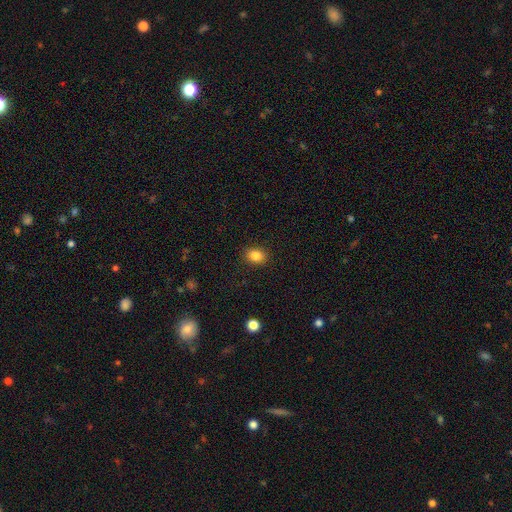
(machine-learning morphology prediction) This appears to be a smooth galaxy with no disk features (84%) that is in between round and cigar-shaped (53%). Merging: none (89%).